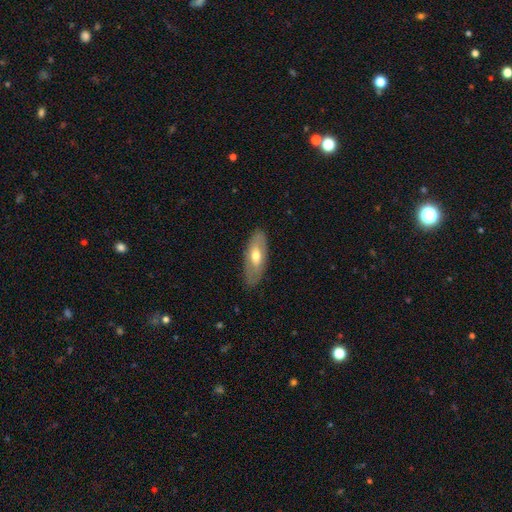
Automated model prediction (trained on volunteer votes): A smooth galaxy with no disk features (54%) that is in between round and cigar-shaped (79%). Merging: none (84%).